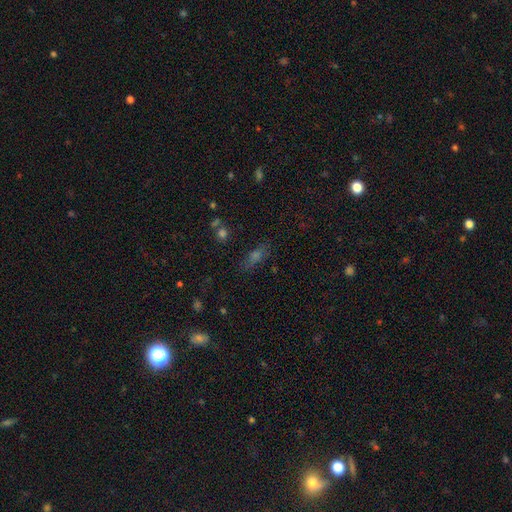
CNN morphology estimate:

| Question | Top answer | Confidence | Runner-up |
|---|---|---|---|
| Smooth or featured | smooth | 47% | star or artifact (33%) |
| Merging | none | 74% | minor disturbance (15%) |